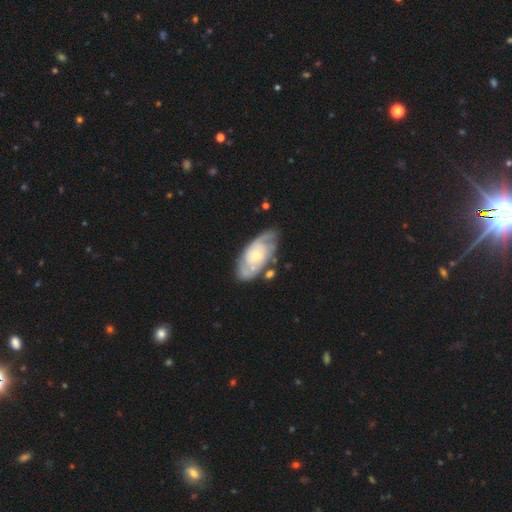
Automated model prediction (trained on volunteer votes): This is likely a featured or disk galaxy (76%). It is clearly not viewed edge-on (94%). Bar: likely no (73%). Spiral arm pattern: clearly yes (89%). Spiral arm count: possibly 2 (53%). Spiral winding: possibly tight (56%). Central bulge: likely small (65%). Merging: likely none (66%).